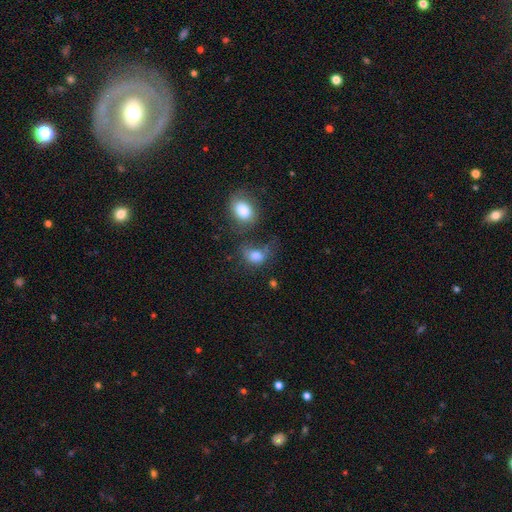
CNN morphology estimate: Smooth or featured? Predicted: smooth (p=0.78). How rounded? Predicted: in between (p=0.66). Merging? Predicted: none (p=0.33).